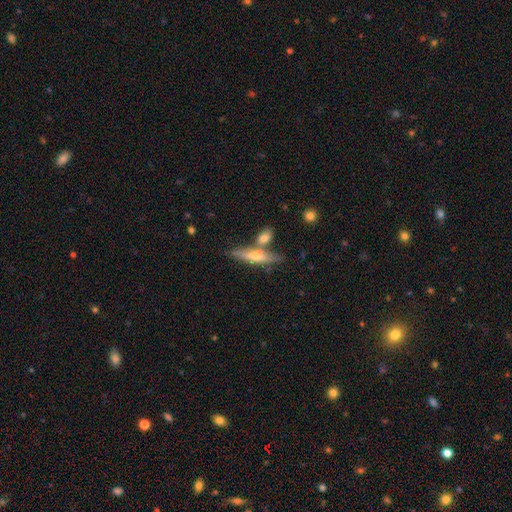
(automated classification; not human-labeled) Overall: featured or disk (53%; smooth 40%). Edge-on disk: yes (91%). Merging: none (64%).